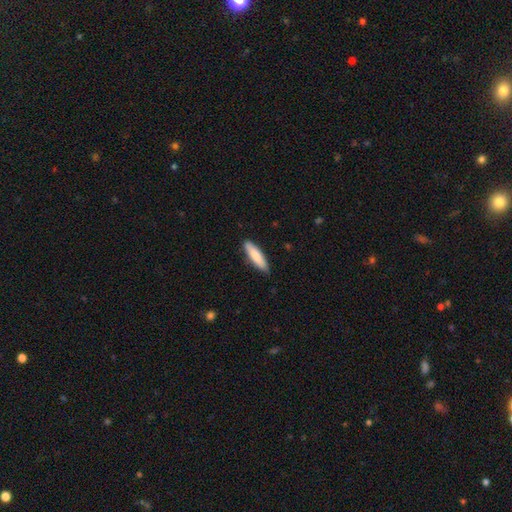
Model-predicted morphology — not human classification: The model was most divided on "how rounded": cigar-shaped: 67%, in between: 32%, round: 1%. More confident: merging — none (86%); smooth or featured — smooth (82%).